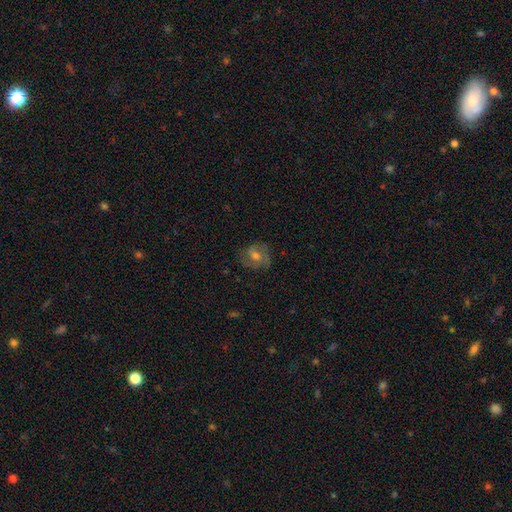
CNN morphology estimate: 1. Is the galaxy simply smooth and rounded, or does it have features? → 59% featured or disk, 29% smooth, 12% star or artifact.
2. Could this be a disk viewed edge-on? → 97% no, 3% yes.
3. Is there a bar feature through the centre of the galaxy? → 45% no, 42% weak, 12% strong.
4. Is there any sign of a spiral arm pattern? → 84% yes, 16% no.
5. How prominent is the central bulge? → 62% moderate, 23% small, 10% large, 4% none, 1% dominant.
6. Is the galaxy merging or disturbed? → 75% none, 16% minor disturbance, 8% major disturbance, 1% merger.